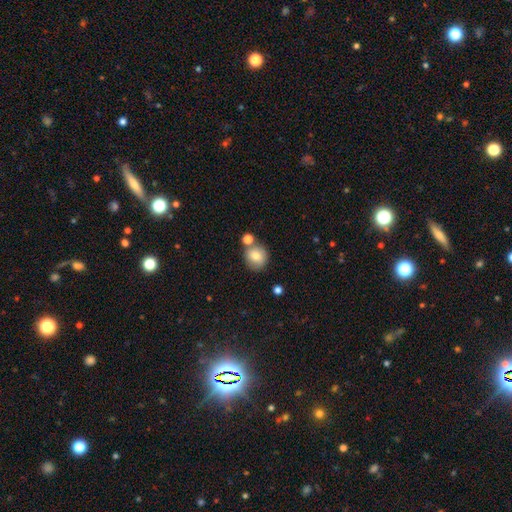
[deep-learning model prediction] Smooth or featured: smooth — 79% (featured or disk — 11%)
How rounded: round — 87% (in between — 12%)
Merging: none — 66% (merger — 20%)